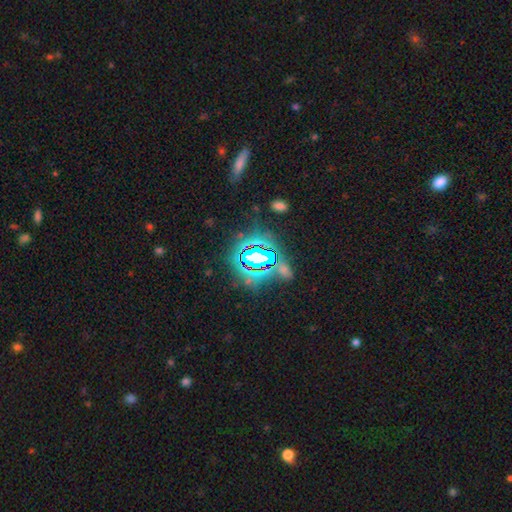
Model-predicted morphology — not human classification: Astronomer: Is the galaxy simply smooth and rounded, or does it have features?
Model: star or artifact — 75%.